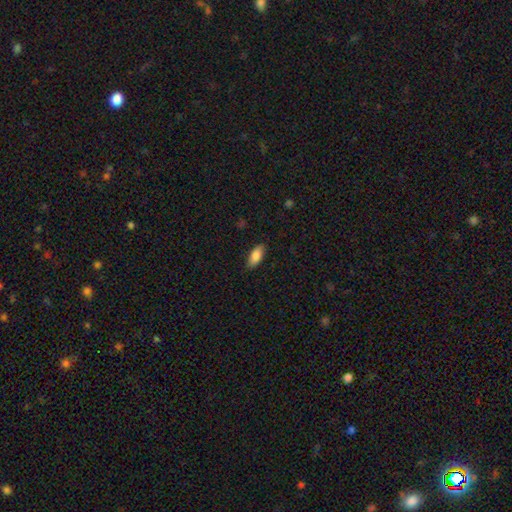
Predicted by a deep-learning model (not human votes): smooth-or-featured: smooth: 85% | featured or disk: 9% | star or artifact: 6%
  how-rounded: in between: 83% | cigar-shaped: 15% | round: 2%
  merging: none: 85% | minor disturbance: 11% | major disturbance: 2% | merger: 1%